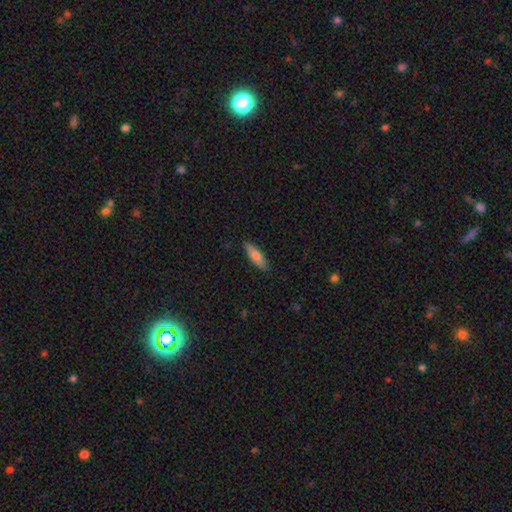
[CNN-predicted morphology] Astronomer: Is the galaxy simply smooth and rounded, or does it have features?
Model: smooth — 76%.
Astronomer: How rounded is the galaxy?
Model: cigar-shaped — 60% (runner-up: in between, 38%).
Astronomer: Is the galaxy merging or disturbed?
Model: none — 87%.